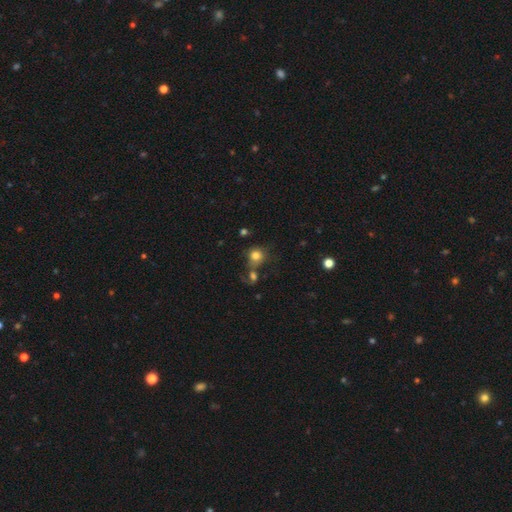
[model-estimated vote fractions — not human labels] The model was most divided on "merging": none: 48%, merger: 32%, minor disturbance: 12%, major disturbance: 8%. More confident: how rounded — round (84%); smooth or featured — smooth (79%).